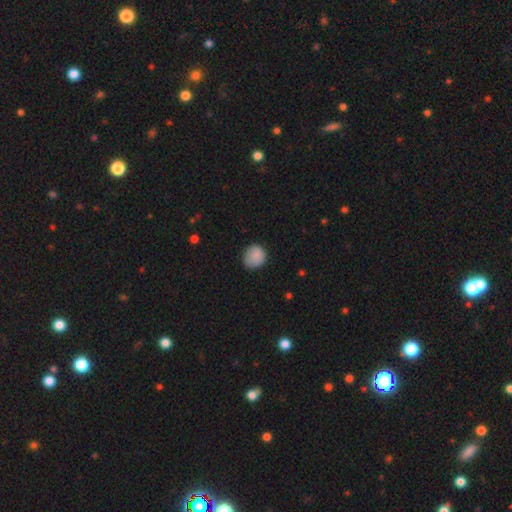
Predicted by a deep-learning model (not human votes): Smooth or featured: smooth — 87% (star or artifact — 8%)
How rounded: round — 83% (in between — 16%)
Merging: none — 78% (minor disturbance — 18%)